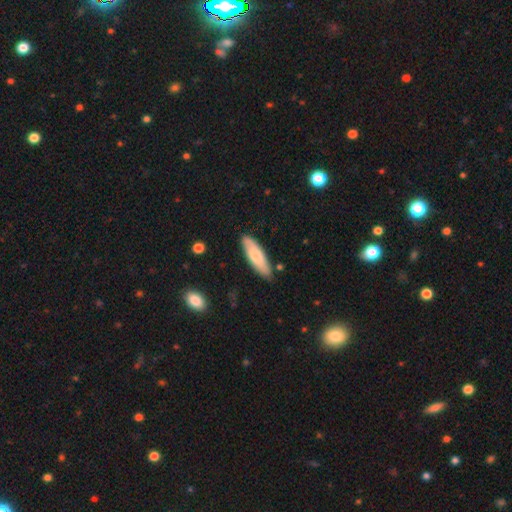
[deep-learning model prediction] The model was most divided on "how rounded": cigar-shaped: 50%, in between: 49%, round: 2%. More confident: merging — none (85%); smooth or featured — smooth (71%).